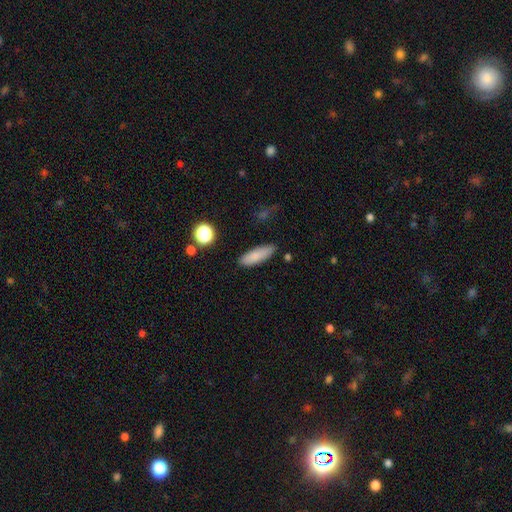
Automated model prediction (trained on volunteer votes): Q: Smooth or featured?
A: smooth (83%); runner-up: featured or disk (8%)
Q: How rounded?
A: in between (54%); runner-up: cigar-shaped (43%)
Q: Merging?
A: none (85%); runner-up: minor disturbance (11%)